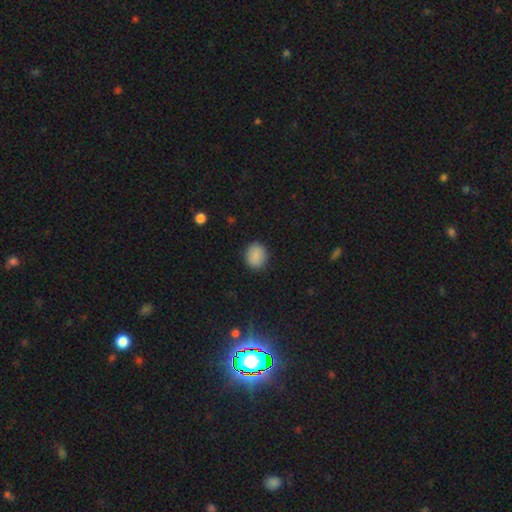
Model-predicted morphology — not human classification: type=smooth (87%); roundness=round (69%); merging=none (88%).